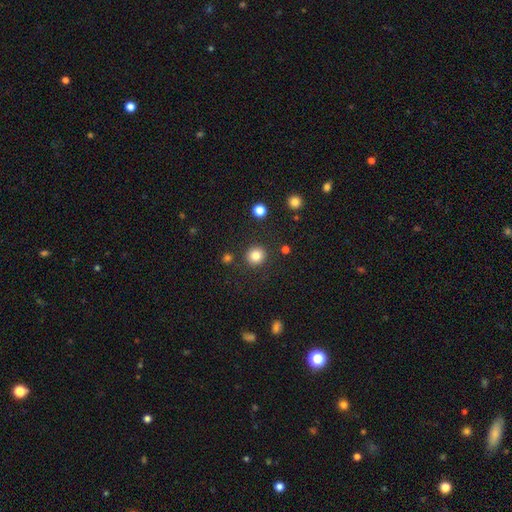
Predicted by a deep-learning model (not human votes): This is clearly a smooth galaxy (83%). How rounded: clearly round (91%). Merging: clearly none (89%).